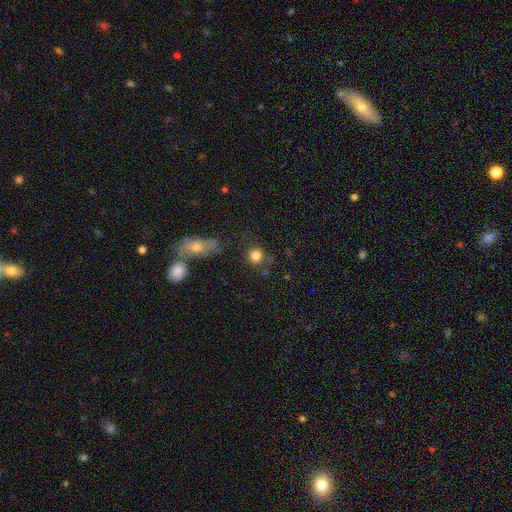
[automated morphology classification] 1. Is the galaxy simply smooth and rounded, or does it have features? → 83% smooth, 11% star or artifact, 7% featured or disk.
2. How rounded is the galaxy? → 91% round, 8% in between, 1% cigar-shaped.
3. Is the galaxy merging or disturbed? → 79% none, 10% minor disturbance, 7% merger, 5% major disturbance.